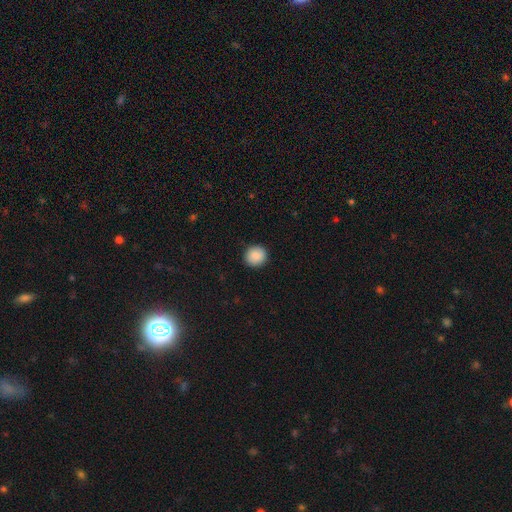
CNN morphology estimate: A smooth galaxy with no disk features (89%) that is round (90%). Merging: none (91%).